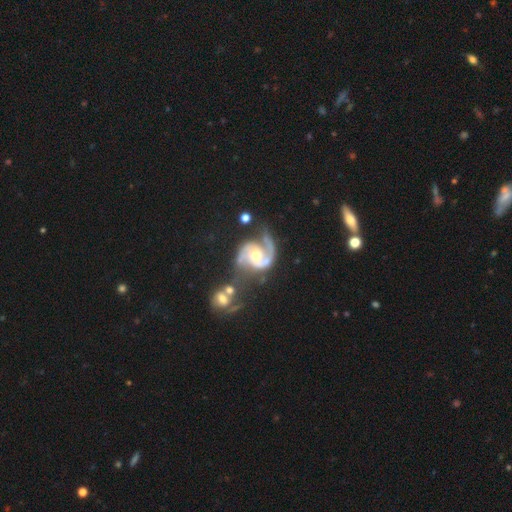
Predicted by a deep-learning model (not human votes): The model was most divided on "merging": none: 47%, merger: 20%, minor disturbance: 20%, major disturbance: 13%. More confident: edge-on disk — no (98%); spiral arms — yes (98%); smooth or featured — featured or disk (91%); spiral arm count — 2 (90%); bulge size — moderate (66%); bar — no (63%); spiral winding — medium (57%).